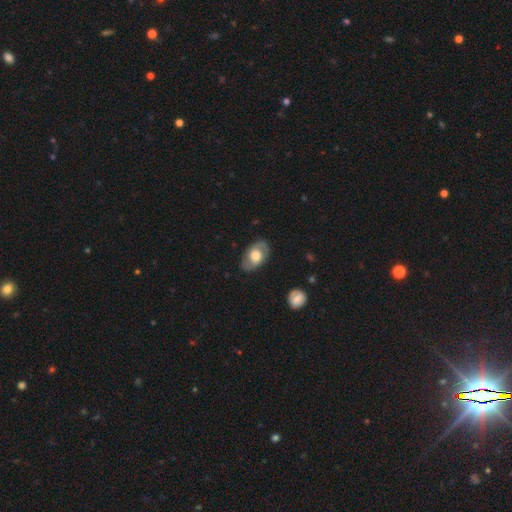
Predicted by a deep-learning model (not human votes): The model was most divided on "smooth or featured": featured or disk: 54%, smooth: 40%, star or artifact: 6%. More confident: edge-on disk — no (93%); merging — none (80%); bar — no (70%); spiral arms — yes (65%); bulge size — moderate (53%).